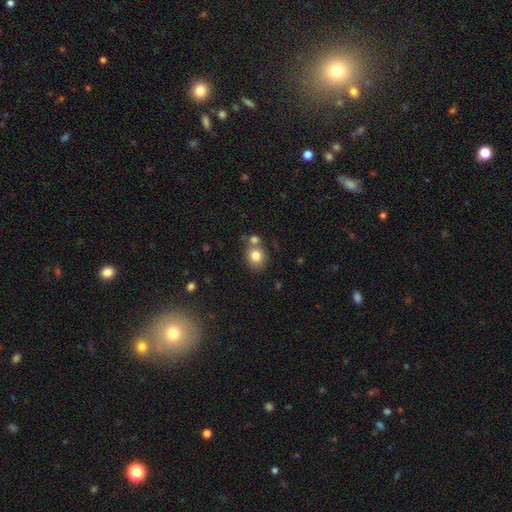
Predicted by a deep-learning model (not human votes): smooth_or_featured: smooth (p=0.81) [alt: star or artifact p=0.10]
how_rounded: round (p=0.74) [alt: in between p=0.25]
merging: none (p=0.59) [alt: merger p=0.27]